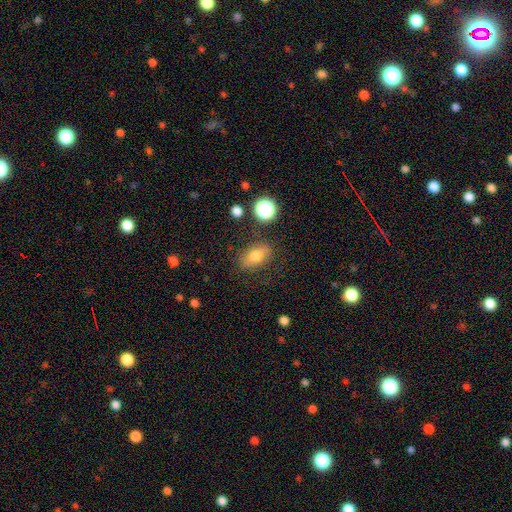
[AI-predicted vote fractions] A smooth galaxy with no disk features (69%) that is in between round and cigar-shaped (80%).

Vote fractions:
- Smooth or featured? smooth: 69% / featured or disk: 19% / star or artifact: 12%
- How rounded? in between: 80% / round: 14% / cigar-shaped: 7%
- Merging? none: 81% / minor disturbance: 12% / major disturbance: 4% / merger: 2%